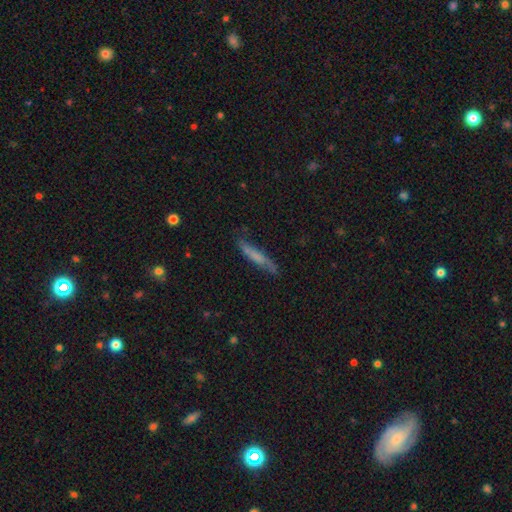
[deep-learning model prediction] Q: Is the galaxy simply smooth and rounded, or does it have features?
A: smooth — 51%.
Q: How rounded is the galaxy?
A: cigar-shaped — 90%.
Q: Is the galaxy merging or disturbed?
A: none — 71%.